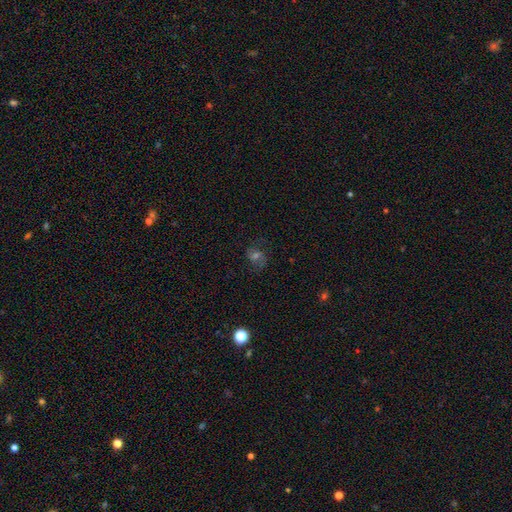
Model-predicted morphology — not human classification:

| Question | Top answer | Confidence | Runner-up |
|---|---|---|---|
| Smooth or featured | featured or disk | 50% | smooth (28%) |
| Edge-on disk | no | 97% | yes (3%) |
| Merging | none | 73% | minor disturbance (15%) |